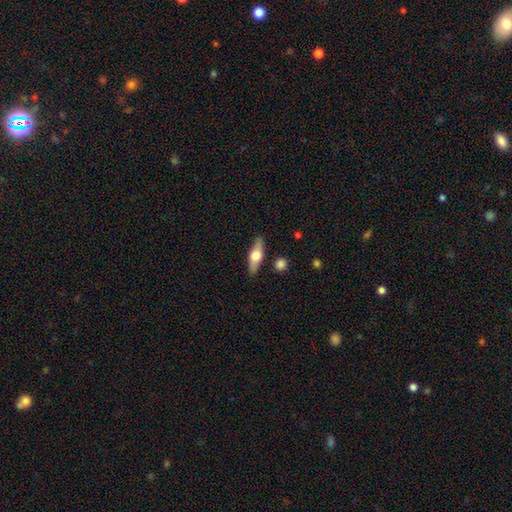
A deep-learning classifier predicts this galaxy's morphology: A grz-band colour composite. It shows a featured or disk galaxy (52%) viewed edge-on (91%). Merging: none (86%).